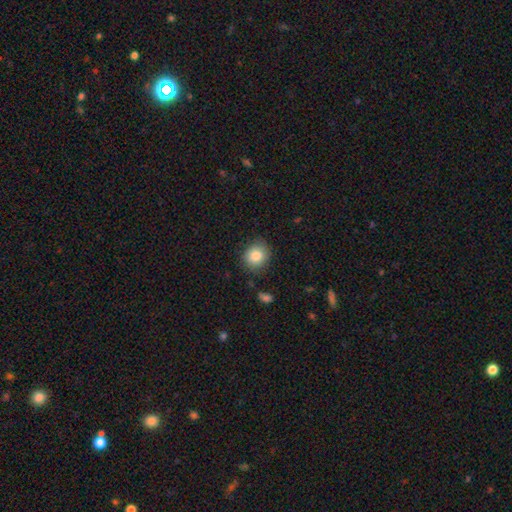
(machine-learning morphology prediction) type=smooth (85%); roundness=round (70%); merging=none (81%).